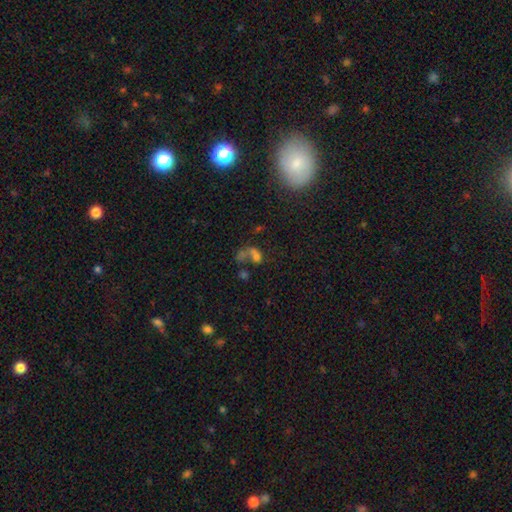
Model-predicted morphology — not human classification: Overall: smooth (52%; star or artifact 25%). How rounded: in between (66%; round 31%). Merging: merger (56%; none 20%).